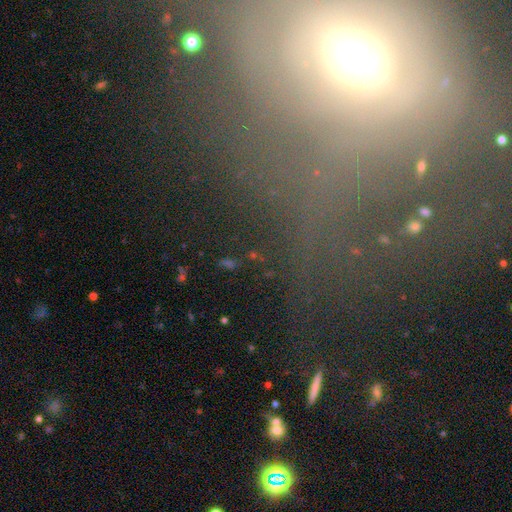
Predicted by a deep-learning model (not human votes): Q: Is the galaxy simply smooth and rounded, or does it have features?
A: star or artifact — 40%.